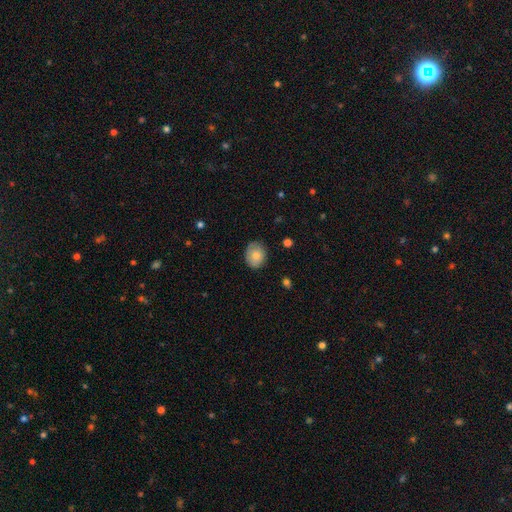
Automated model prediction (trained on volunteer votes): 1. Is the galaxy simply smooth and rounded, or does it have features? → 77% smooth, 15% featured or disk, 7% star or artifact.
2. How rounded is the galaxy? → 54% round, 46% in between, 1% cigar-shaped.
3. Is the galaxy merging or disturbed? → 79% none, 17% minor disturbance, 3% major disturbance, 1% merger.